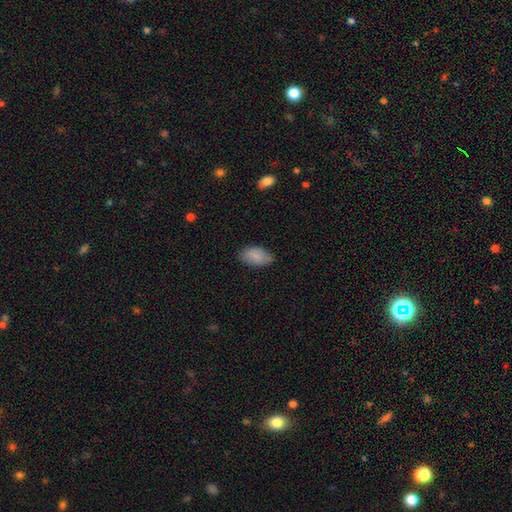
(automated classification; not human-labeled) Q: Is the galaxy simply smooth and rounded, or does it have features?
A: smooth — 86%.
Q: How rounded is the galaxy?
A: in between — 94%.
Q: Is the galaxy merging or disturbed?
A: none — 75%.